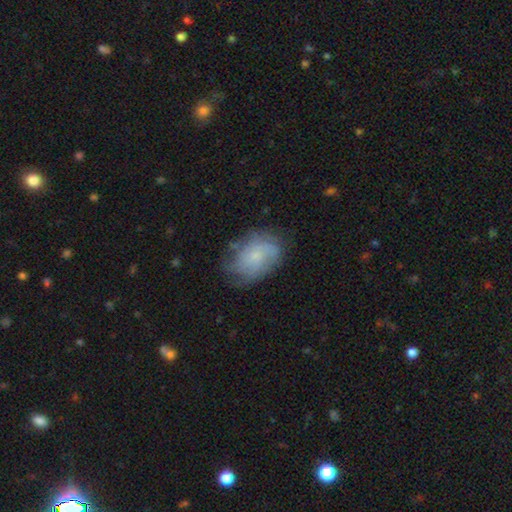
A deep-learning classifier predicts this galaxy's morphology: Smooth or featured? Predicted: featured or disk (p=0.49). Merging? Predicted: none (p=0.62).